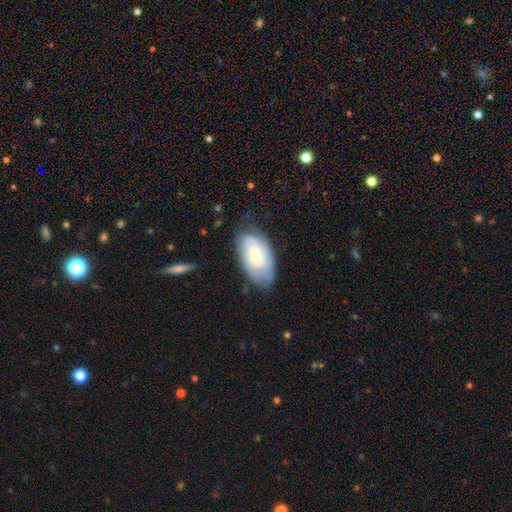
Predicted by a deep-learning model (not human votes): Overall: featured or disk (48%; smooth 46%). Merging: none (70%).